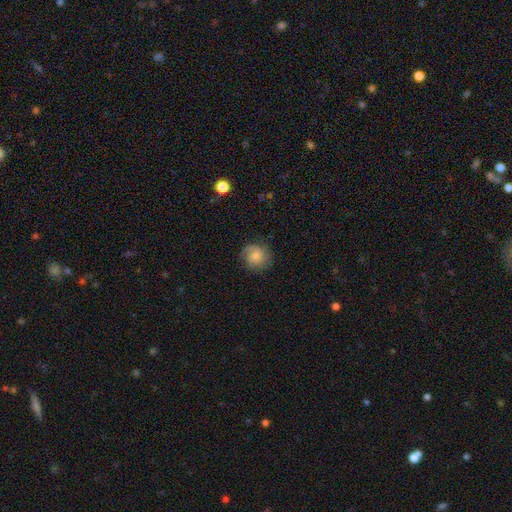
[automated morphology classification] Overall: smooth (46%, tied with featured or disk). Merging: none (73%).